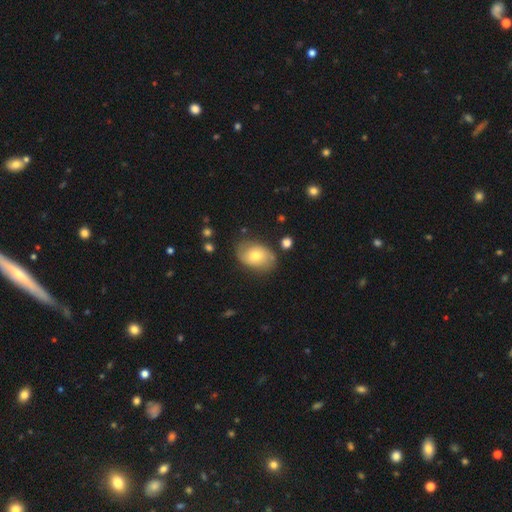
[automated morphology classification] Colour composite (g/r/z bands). It shows a smooth galaxy with no disk features (59%) that is in between round and cigar-shaped (77%). Merging: none (75%).